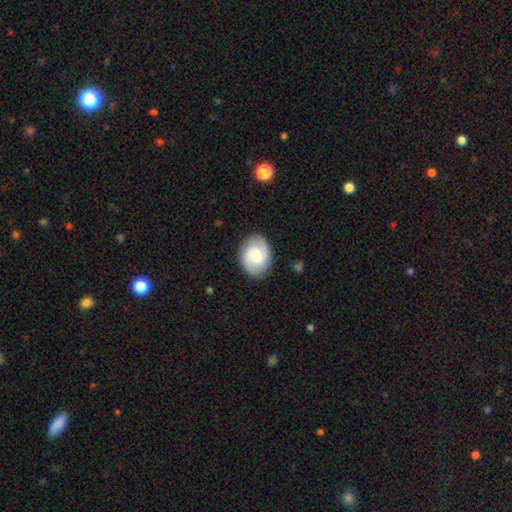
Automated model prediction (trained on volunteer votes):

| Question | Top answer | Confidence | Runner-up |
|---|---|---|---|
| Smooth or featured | featured or disk | 62% | smooth (32%) |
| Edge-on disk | no | 97% | yes (3%) |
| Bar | no | 47% | weak (45%) |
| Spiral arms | yes | 92% | no (8%) |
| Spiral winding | medium | 46% | tight (37%) |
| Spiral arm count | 2 | 84% | can't tell (8%) |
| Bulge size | moderate | 46% | small (40%) |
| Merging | none | 84% | minor disturbance (11%) |